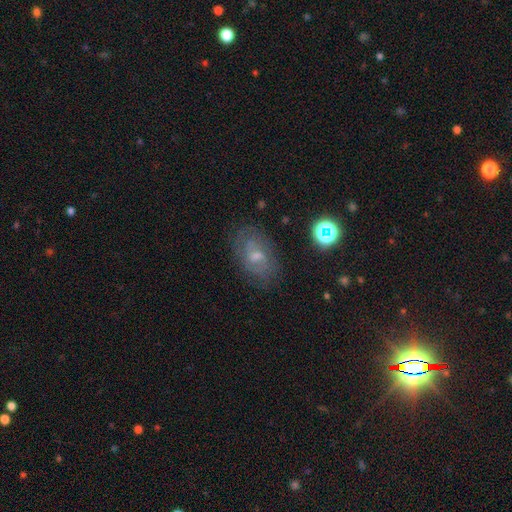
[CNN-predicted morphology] A featured or disk galaxy (56%) with a weak bar (49%), spiral arms (73%) and a moderate central bulge (45%).

Vote fractions:
- Smooth or featured? featured or disk: 56% / smooth: 30% / star or artifact: 14%
- Edge-on disk? no: 95% / yes: 5%
- Bar? weak: 49% / no: 42% / strong: 9%
- Spiral arms? yes: 73% / no: 27%
- Bulge size? moderate: 45% / small: 44% / none: 7% / large: 3% / dominant: 1%
- Merging? none: 71% / minor disturbance: 18% / major disturbance: 9% / merger: 2%